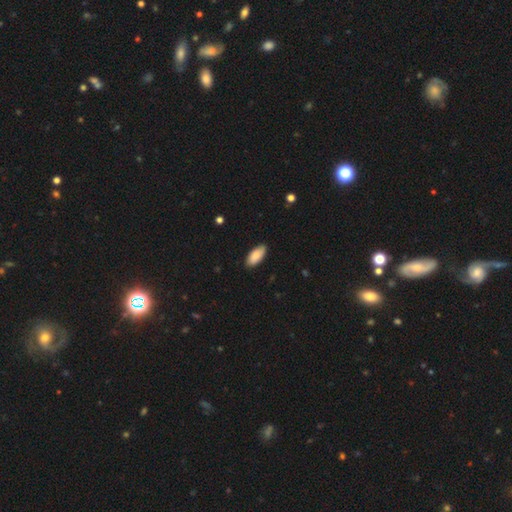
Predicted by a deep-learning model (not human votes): A smooth galaxy with no disk features (88%) that is in between round and cigar-shaped (90%).

Vote fractions:
- Smooth or featured? smooth: 88% / featured or disk: 6% / star or artifact: 6%
- How rounded? in between: 90% / cigar-shaped: 8% / round: 2%
- Merging? none: 86% / minor disturbance: 11% / major disturbance: 2% / merger: 1%